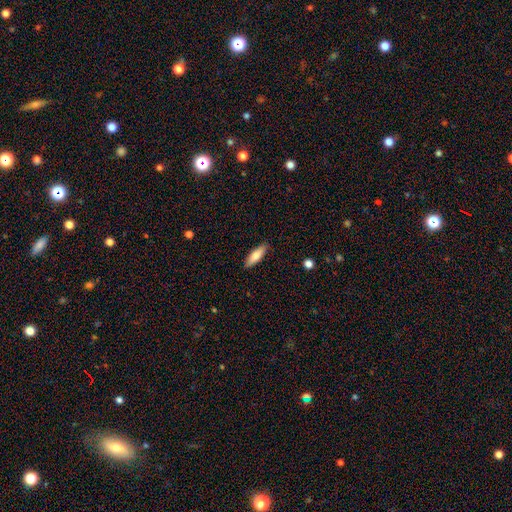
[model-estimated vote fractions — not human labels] A smooth galaxy with no disk features (74%) that is cigar-shaped (49%, tied with in between).

Vote fractions:
- Smooth or featured? smooth: 74% / featured or disk: 20% / star or artifact: 6%
- How rounded? cigar-shaped: 49% (tied) / in between: 49% (tied) / round: 2%
- Merging? none: 89% / minor disturbance: 9% / major disturbance: 2% / merger: 1%